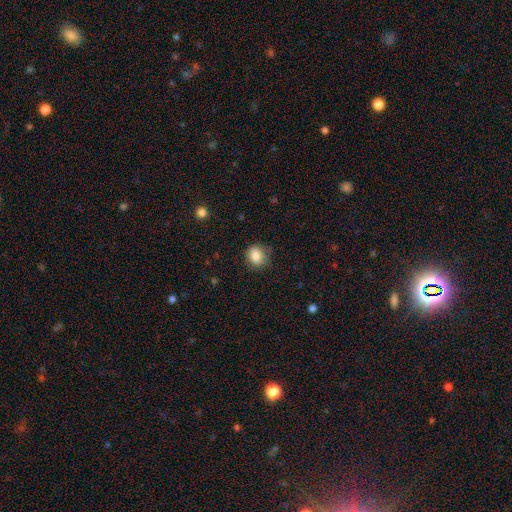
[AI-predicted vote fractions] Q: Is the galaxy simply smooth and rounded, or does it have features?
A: smooth — 85%.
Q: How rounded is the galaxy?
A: round — 61%.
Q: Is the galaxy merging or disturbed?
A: none — 75%.